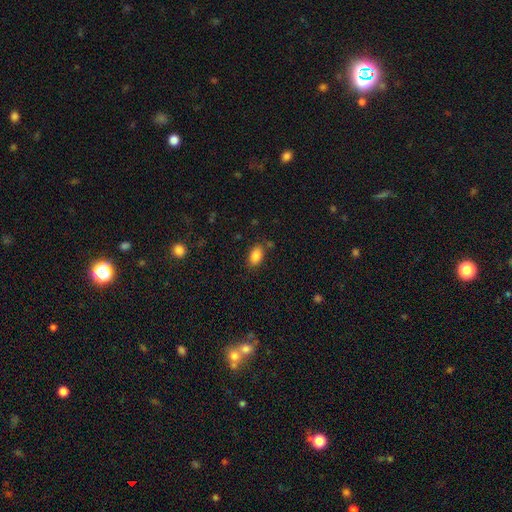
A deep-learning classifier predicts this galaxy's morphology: smooth_or_featured: smooth (p=0.86) [alt: star or artifact p=0.08]
how_rounded: in between (p=0.90) [alt: round p=0.08]
merging: none (p=0.78) [alt: minor disturbance p=0.14]